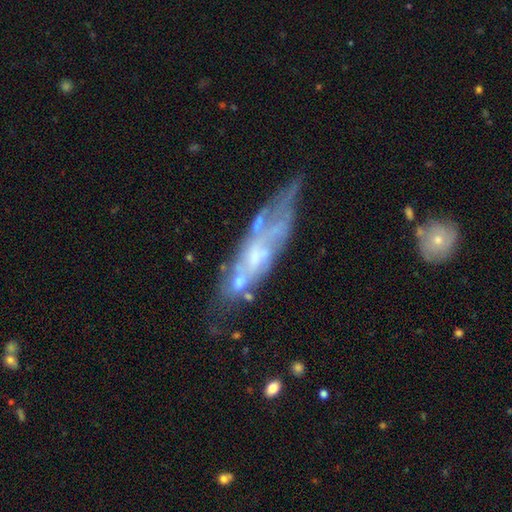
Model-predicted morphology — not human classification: A featured or disk galaxy (66%).

Vote fractions:
- Smooth or featured? featured or disk: 66% / smooth: 24% / star or artifact: 9%
- Edge-on disk? no: 68% / yes: 32%
- Merging? none: 48% / minor disturbance: 26% / major disturbance: 17% / merger: 9%